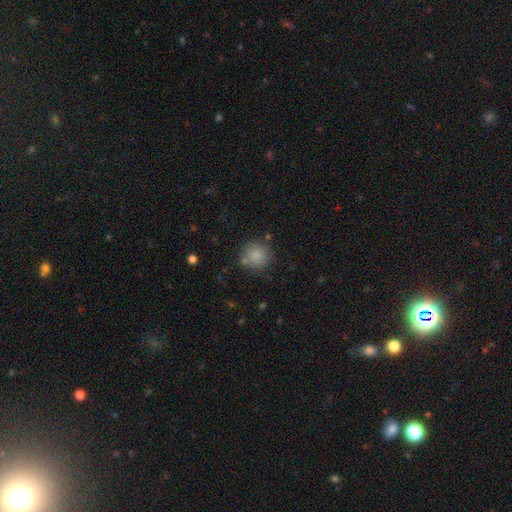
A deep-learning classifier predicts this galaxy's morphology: Smooth or featured: smooth — 84% (star or artifact — 9%)
How rounded: round — 91% (in between — 8%)
Merging: none — 74% (minor disturbance — 13%)